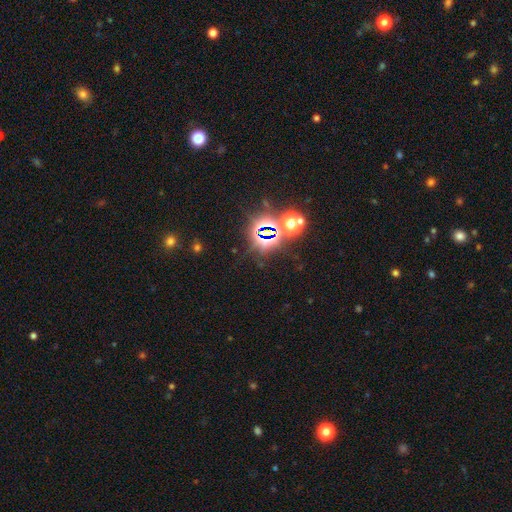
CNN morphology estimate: smooth-or-featured: star or artifact: 76% | smooth: 16% | featured or disk: 8%